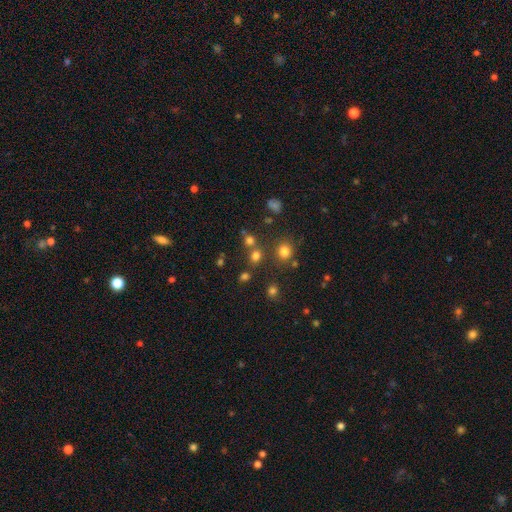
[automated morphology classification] This is likely a smooth galaxy (70%). How rounded: likely round (80%). Merging: likely none (66%).